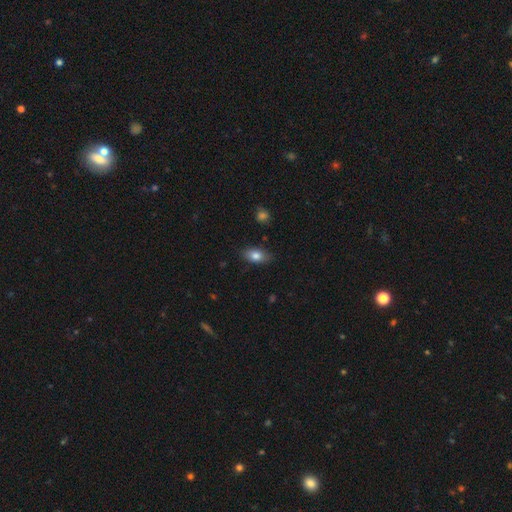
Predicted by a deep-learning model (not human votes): Smooth or featured?
  - smooth: 81% *
  - featured or disk: 11%
  - star or artifact: 8%
How rounded?
  - in between: 88% *
  - round: 7%
  - cigar-shaped: 5%
Merging?
  - none: 83% *
  - minor disturbance: 13%
  - major disturbance: 3%
  - merger: 1%